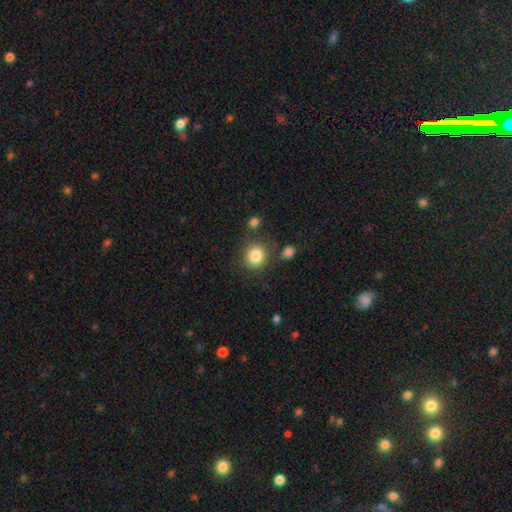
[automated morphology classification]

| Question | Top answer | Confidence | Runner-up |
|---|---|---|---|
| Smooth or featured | smooth | 85% | star or artifact (9%) |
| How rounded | round | 86% | in between (13%) |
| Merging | none | 78% | minor disturbance (11%) |